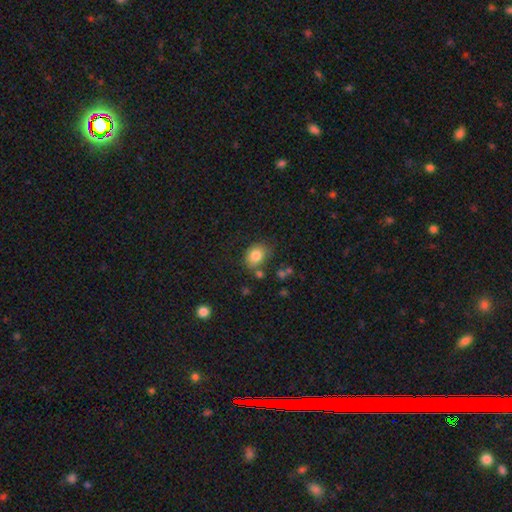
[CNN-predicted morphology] This is clearly a smooth galaxy (82%). How rounded: possibly in between (56%). Merging: likely none (69%).